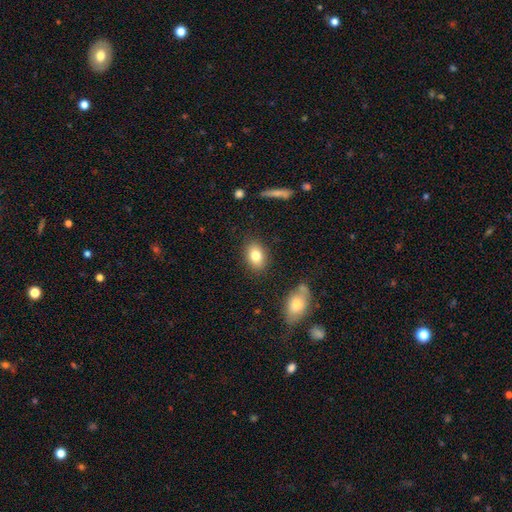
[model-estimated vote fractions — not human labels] A smooth galaxy with no disk features (80%) that is in between round and cigar-shaped (78%).

Vote fractions:
- Smooth or featured? smooth: 80% / featured or disk: 11% / star or artifact: 9%
- How rounded? in between: 78% / round: 20% / cigar-shaped: 2%
- Merging? none: 85% / minor disturbance: 10% / major disturbance: 3% / merger: 2%